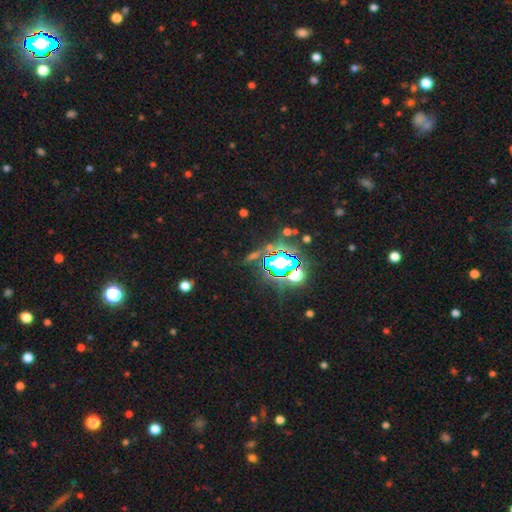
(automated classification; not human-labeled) This appears to be a star or artifact, not a galaxy (75%).